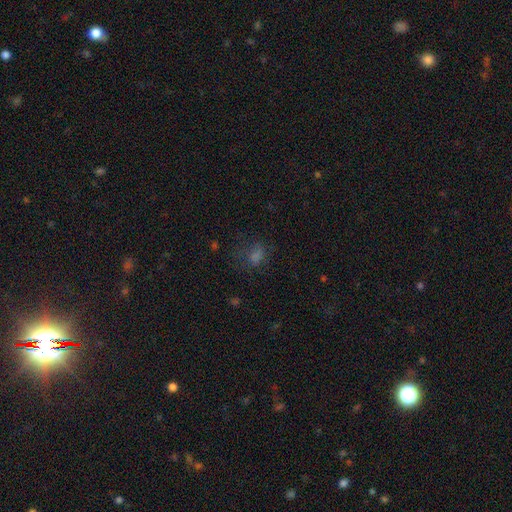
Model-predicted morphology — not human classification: This is possibly a smooth galaxy (58%). How rounded: likely in between (63%). Merging: likely none (60%).